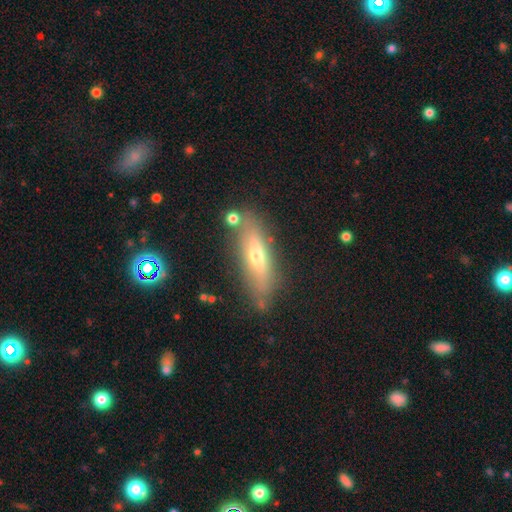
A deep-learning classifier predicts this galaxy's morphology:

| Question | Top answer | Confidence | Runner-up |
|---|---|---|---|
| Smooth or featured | featured or disk | 52% | smooth (40%) |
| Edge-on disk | yes | 77% | no (23%) |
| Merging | none | 77% | minor disturbance (14%) |